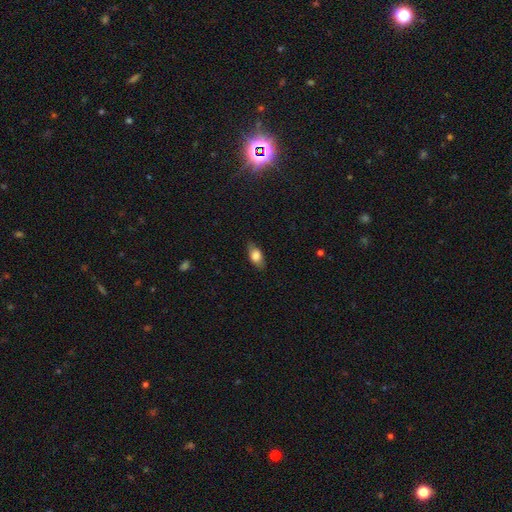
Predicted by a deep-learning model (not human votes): smooth 74%, featured or disk 19%, star or artifact 8%. Down the decision tree: how rounded — in between (83%); merging — none (83%).